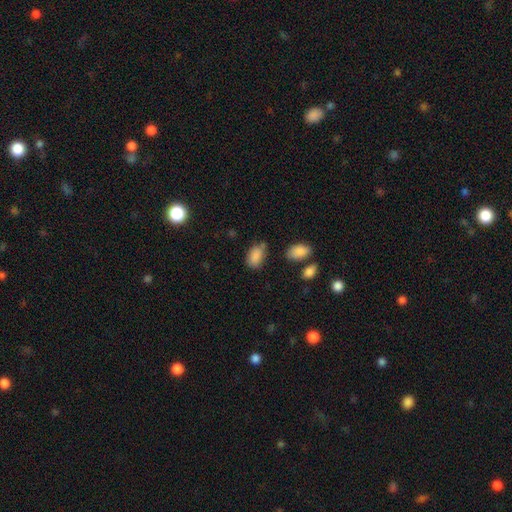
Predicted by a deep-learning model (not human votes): Smooth or featured: smooth — 86% (star or artifact — 8%)
How rounded: in between — 91% (round — 7%)
Merging: none — 60% (minor disturbance — 28%)